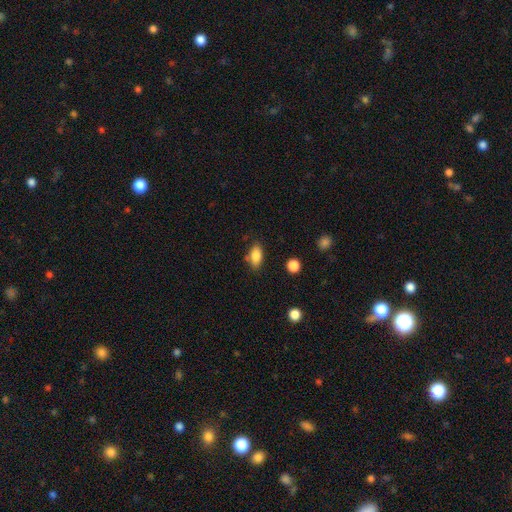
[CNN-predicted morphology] Smooth or featured?
  - smooth: 84% *
  - star or artifact: 8%
  - featured or disk: 8%
How rounded?
  - in between: 88% *
  - cigar-shaped: 7%
  - round: 5%
Merging?
  - none: 79% *
  - minor disturbance: 14%
  - merger: 4%
  - major disturbance: 3%